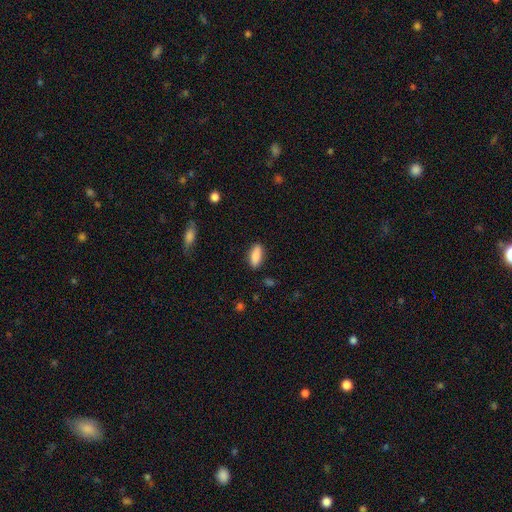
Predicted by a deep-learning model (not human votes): Morphology: type=smooth (87%); roundness=in between (77%); merging=none (86%).